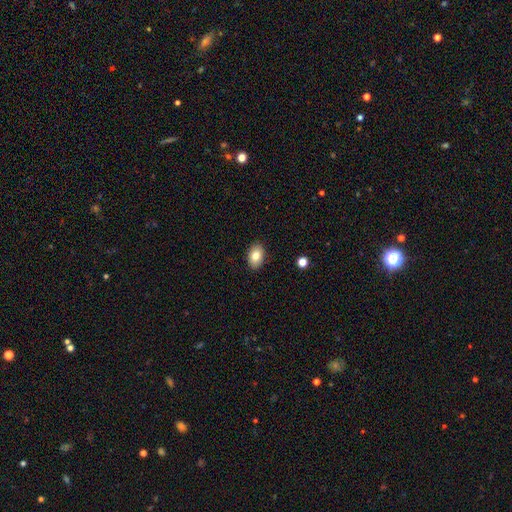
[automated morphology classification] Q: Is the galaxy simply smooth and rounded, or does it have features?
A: smooth — 81%.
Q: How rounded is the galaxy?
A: in between — 86%.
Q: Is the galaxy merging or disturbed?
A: none — 89%.